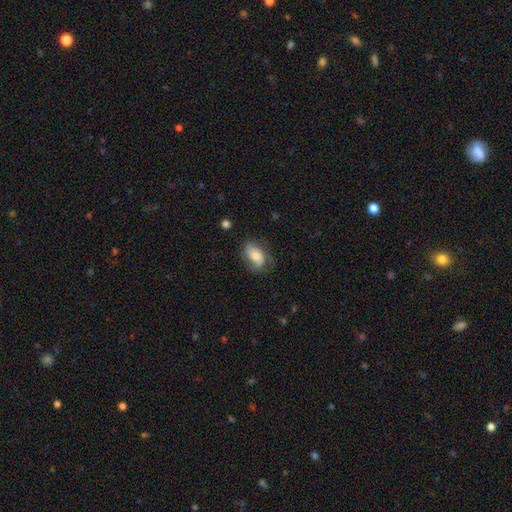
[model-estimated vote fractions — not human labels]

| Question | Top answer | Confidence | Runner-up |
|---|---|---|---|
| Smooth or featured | smooth | 63% | featured or disk (29%) |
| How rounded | in between | 88% | round (9%) |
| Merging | none | 60% | minor disturbance (26%) |